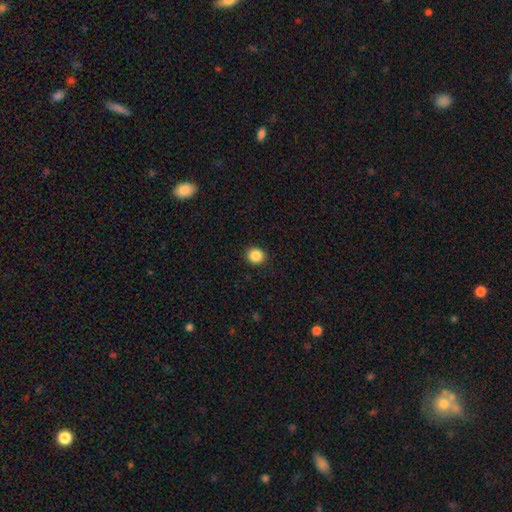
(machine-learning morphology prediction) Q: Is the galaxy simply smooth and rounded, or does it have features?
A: smooth — 87%.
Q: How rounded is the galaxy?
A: round — 88%.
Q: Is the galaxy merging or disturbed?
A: none — 92%.